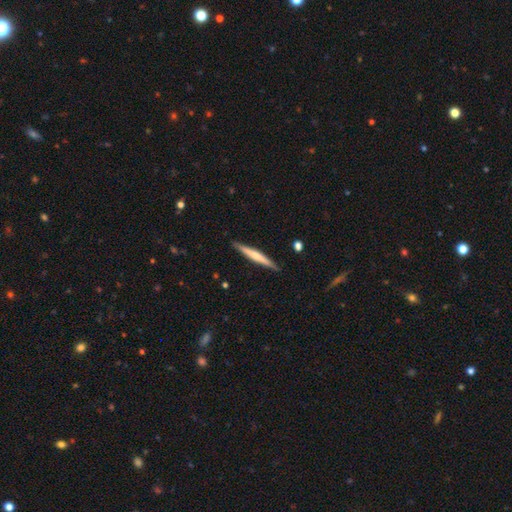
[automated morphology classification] featured or disk 52%, smooth 43%, star or artifact 5%. Down the decision tree: edge-on disk — yes (97%); edge-on bulge — rounded (52%); merging — none (89%).